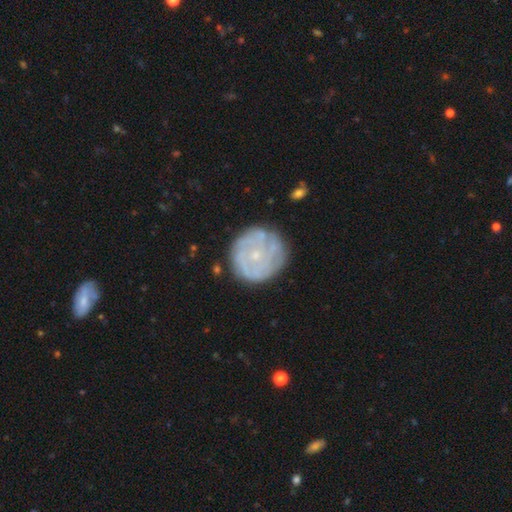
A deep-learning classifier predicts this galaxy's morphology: A featured or disk galaxy (63%) with no bar (84%), spiral arms (65%) and a small central bulge (77%). Merging: none (76%).